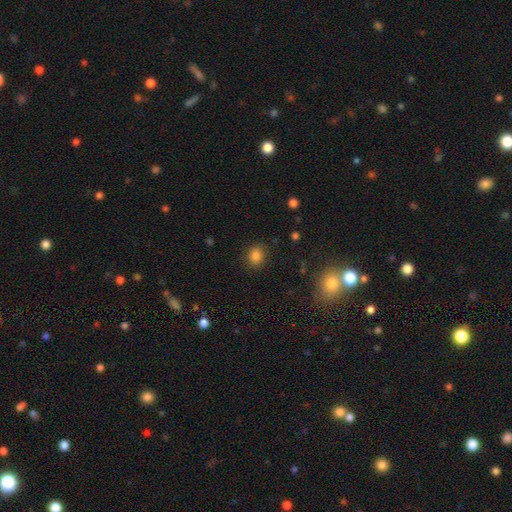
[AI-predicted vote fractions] smooth 82%, star or artifact 13%, featured or disk 5%. Down the decision tree: how rounded — round (58%); merging — none (85%).